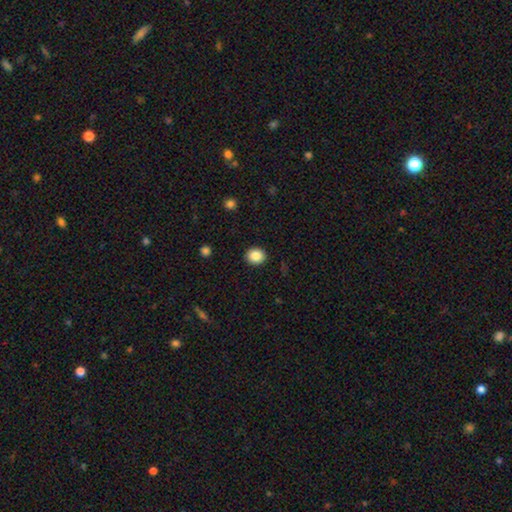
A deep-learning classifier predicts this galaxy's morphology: The model was most divided on "how rounded": round: 76%, in between: 23%, cigar-shaped: 1%. More confident: merging — none (92%); smooth or featured — smooth (86%).